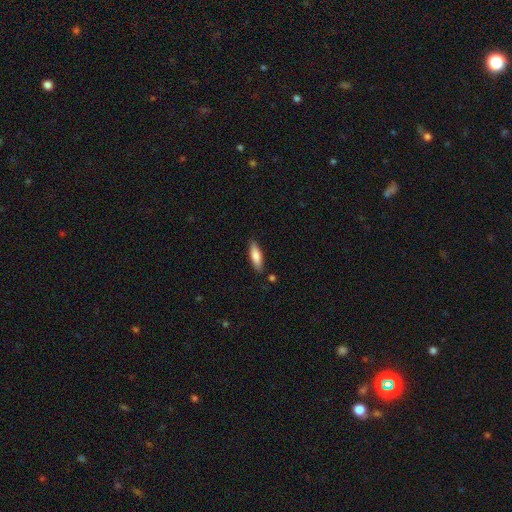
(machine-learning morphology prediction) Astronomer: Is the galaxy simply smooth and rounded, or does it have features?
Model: smooth — 78%.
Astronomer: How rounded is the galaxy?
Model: cigar-shaped — 51% (runner-up: in between, 47%).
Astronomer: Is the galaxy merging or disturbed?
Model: none — 84%.